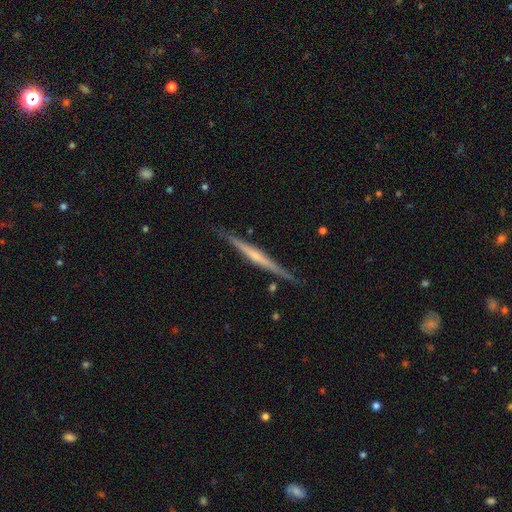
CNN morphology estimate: Q: Smooth or featured?
A: featured or disk (74%); runner-up: smooth (20%)
Q: Edge-on disk?
A: yes (98%); runner-up: no (2%)
Q: Edge-on bulge?
A: rounded (53%); runner-up: none (37%)
Q: Merging?
A: none (88%); runner-up: minor disturbance (9%)